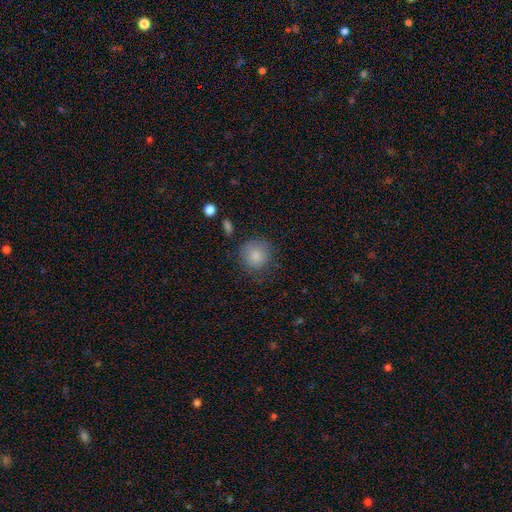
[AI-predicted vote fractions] smooth 85%, star or artifact 8%, featured or disk 7%. Down the decision tree: how rounded — round (91%); merging — none (76%).